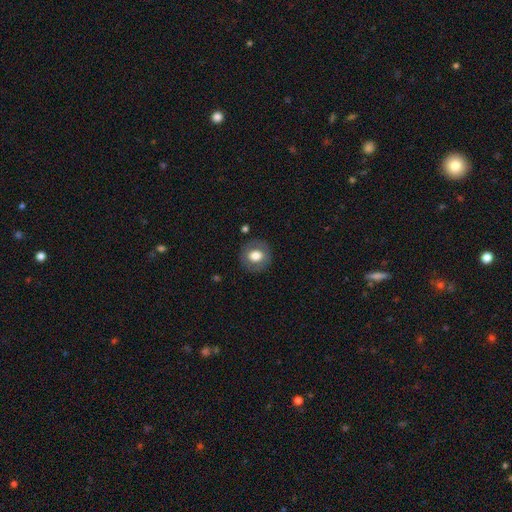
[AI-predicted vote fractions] Smooth or featured: smooth — 70% (featured or disk — 21%)
How rounded: round — 84% (in between — 15%)
Merging: none — 86% (minor disturbance — 10%)